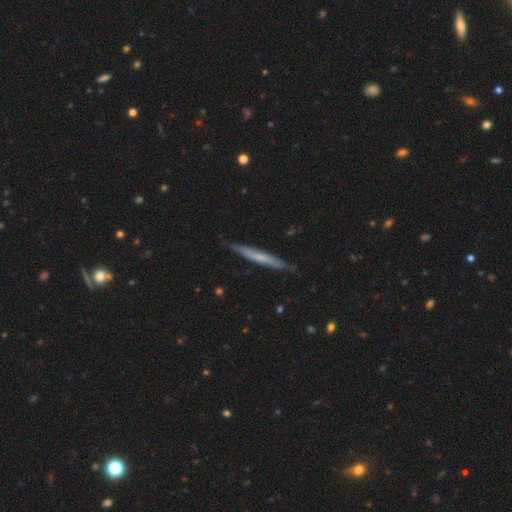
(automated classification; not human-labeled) Smooth or featured? featured or disk (48%)
Merging? none (88%)